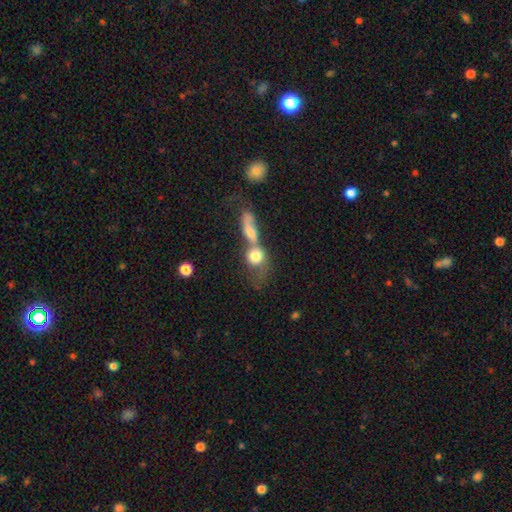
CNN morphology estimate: Smooth or featured?
  - smooth: 72% *
  - featured or disk: 20%
  - star or artifact: 9%
How rounded?
  - round: 58% *
  - in between: 35%
  - cigar-shaped: 7%
Merging?
  - merger: 69% *
  - none: 14%
  - major disturbance: 10%
  - minor disturbance: 6%